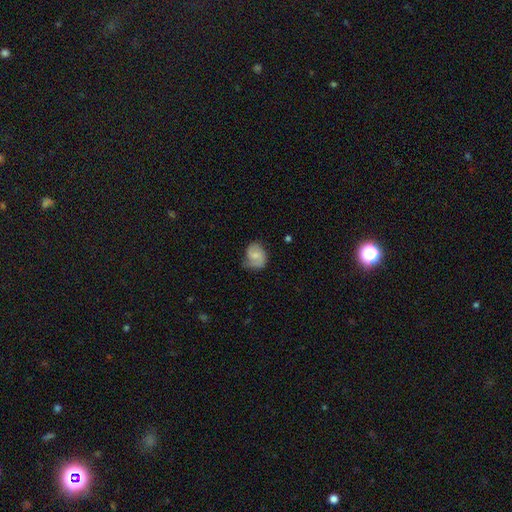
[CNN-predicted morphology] Smooth or featured? Predicted: featured or disk (p=0.49). Merging? Predicted: none (p=0.52).